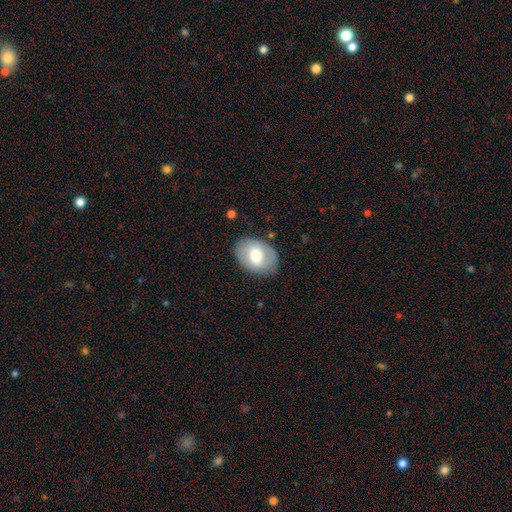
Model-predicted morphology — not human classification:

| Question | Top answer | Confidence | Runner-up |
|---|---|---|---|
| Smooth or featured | smooth | 59% | featured or disk (35%) |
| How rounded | in between | 79% | round (20%) |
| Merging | none | 81% | minor disturbance (14%) |